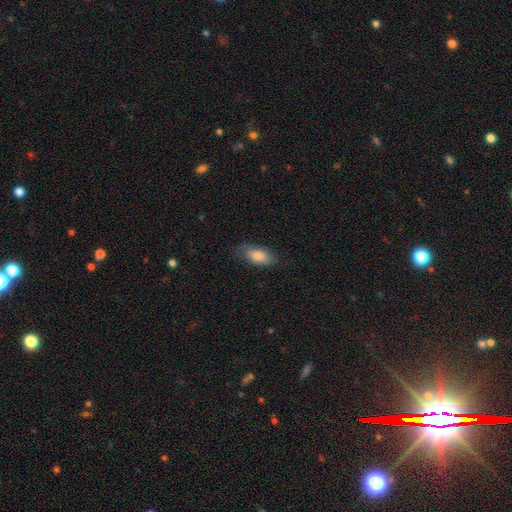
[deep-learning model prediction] The model was most divided on "merging": none: 76%, minor disturbance: 19%, major disturbance: 5%, merger: 1%. More confident: how rounded — in between (84%); smooth or featured — smooth (80%).